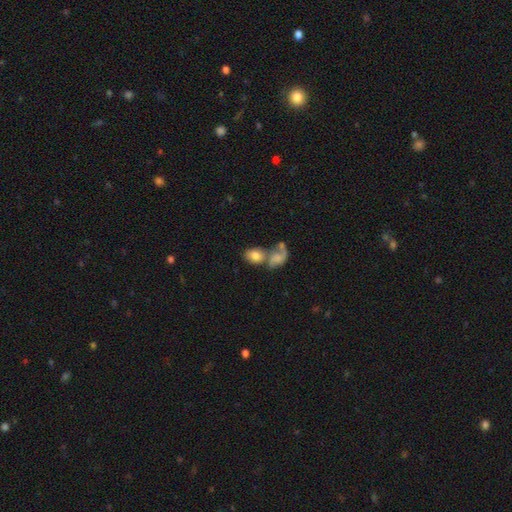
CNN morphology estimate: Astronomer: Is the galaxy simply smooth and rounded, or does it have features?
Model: smooth — 72%.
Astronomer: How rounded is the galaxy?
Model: in between — 73%.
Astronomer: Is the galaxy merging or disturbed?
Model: merger — 56%.